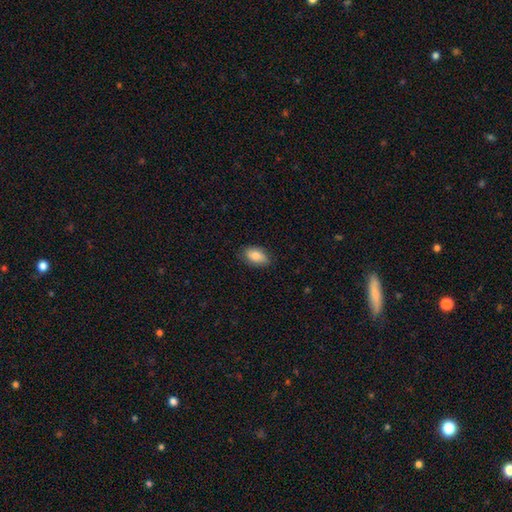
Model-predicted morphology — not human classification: Smooth or featured: smooth — 84% (featured or disk — 9%)
How rounded: in between — 91% (round — 6%)
Merging: none — 78% (minor disturbance — 18%)